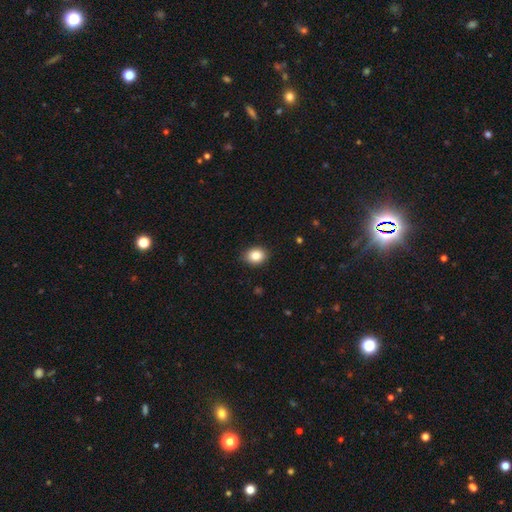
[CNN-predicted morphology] Q: Smooth or featured?
A: smooth (85%); runner-up: star or artifact (9%)
Q: How rounded?
A: round (50%); runner-up: in between (49%)
Q: Merging?
A: none (88%); runner-up: minor disturbance (9%)